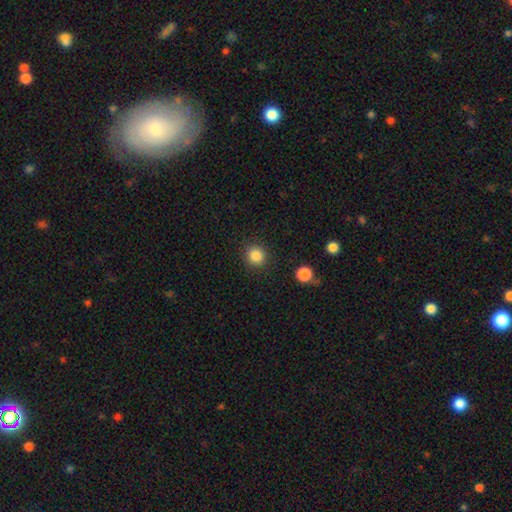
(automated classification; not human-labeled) The model was most divided on "smooth or featured": smooth: 85%, star or artifact: 11%, featured or disk: 4%. More confident: how rounded — round (92%); merging — none (90%).